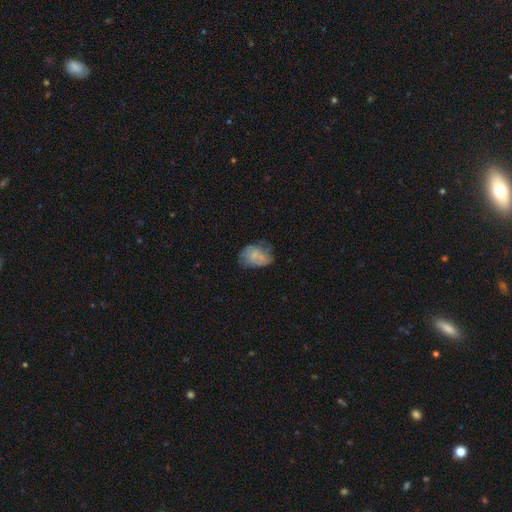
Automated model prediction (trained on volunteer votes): smooth_or_featured: smooth (p=0.59) [alt: featured or disk p=0.31]
how_rounded: in between (p=0.68) [alt: round p=0.31]
merging: none (p=0.42) [alt: minor disturbance p=0.34]